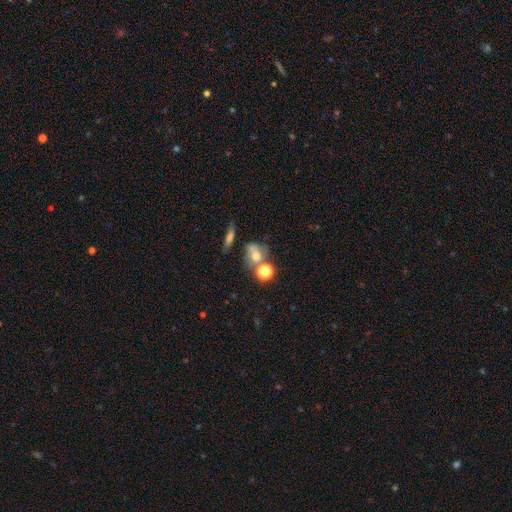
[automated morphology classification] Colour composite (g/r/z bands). It shows a smooth galaxy with no disk features (59%) that is round (61%). Merging: none (39%).